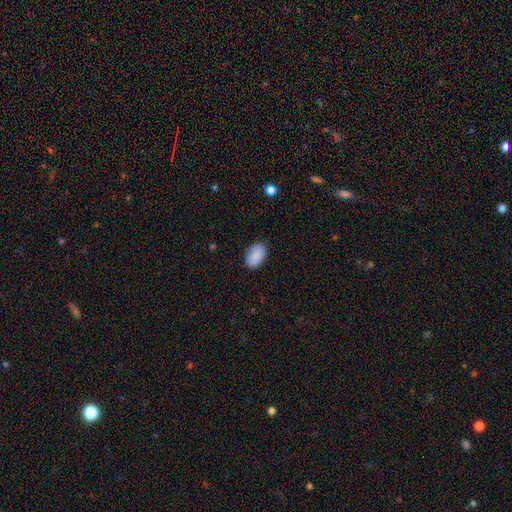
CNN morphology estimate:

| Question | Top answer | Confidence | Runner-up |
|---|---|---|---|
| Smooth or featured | smooth | 89% | star or artifact (6%) |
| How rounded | in between | 93% | round (6%) |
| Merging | none | 86% | minor disturbance (11%) |